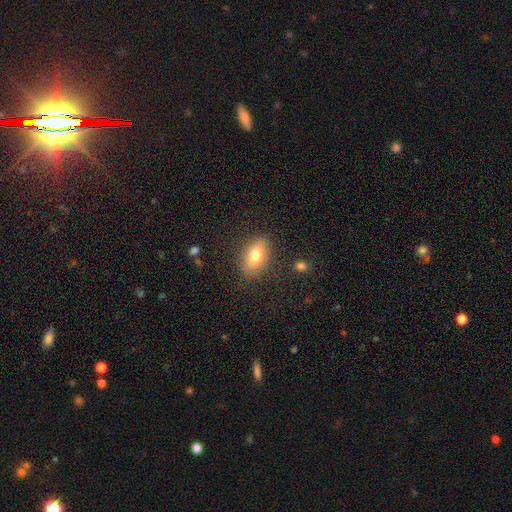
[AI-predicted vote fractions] Morphology: type=smooth (73%); roundness=in between (86%); merging=none (84%).